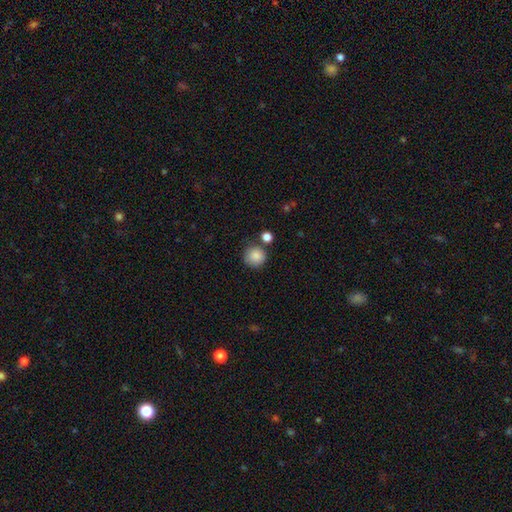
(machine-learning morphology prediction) Smooth or featured? smooth (87%)
How rounded? round (93%)
Merging? none (75%)